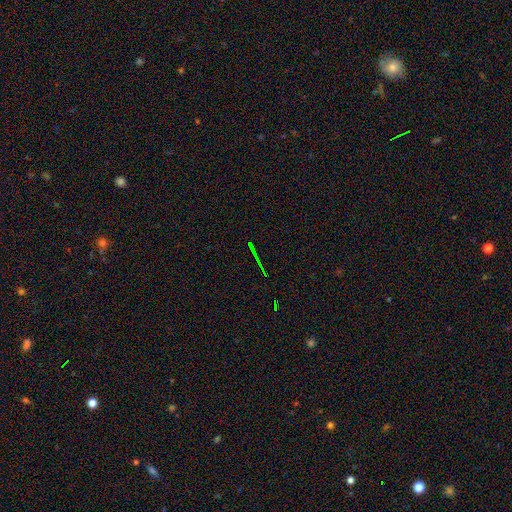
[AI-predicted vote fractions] This is likely a star or artifact rather than a galaxy (74%).